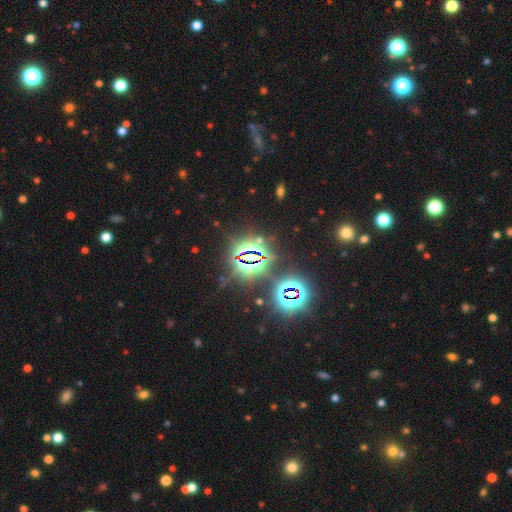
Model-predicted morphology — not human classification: Q: Smooth or featured?
A: star or artifact (81%); runner-up: smooth (11%)